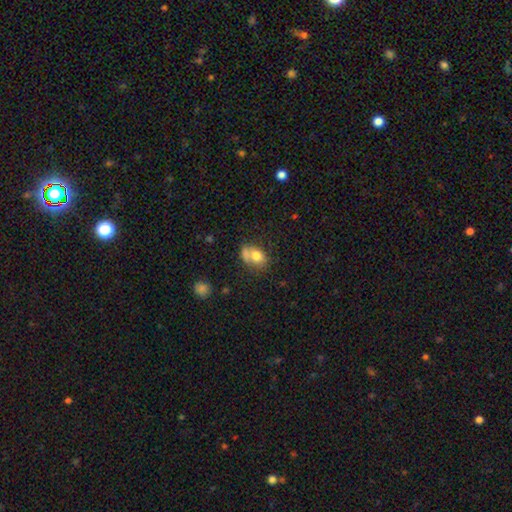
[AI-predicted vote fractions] Smooth or featured?
  - smooth: 74% *
  - featured or disk: 17%
  - star or artifact: 9%
How rounded?
  - in between: 68% *
  - round: 31%
  - cigar-shaped: 1%
Merging?
  - none: 37% *
  - merger: 36%
  - minor disturbance: 18%
  - major disturbance: 9%